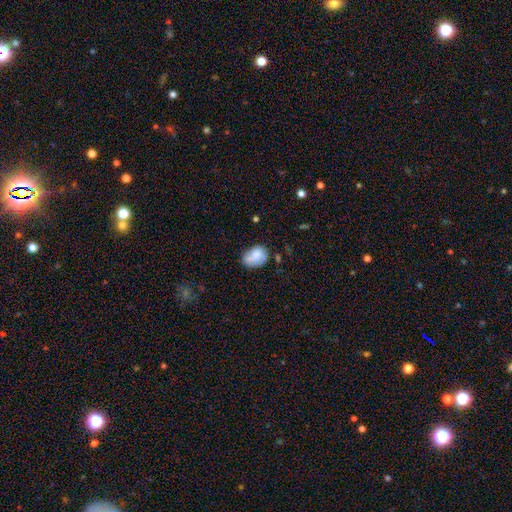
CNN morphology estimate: A smooth galaxy with no disk features (76%) that is in between round and cigar-shaped (73%).

Vote fractions:
- Smooth or featured? smooth: 76% / featured or disk: 16% / star or artifact: 8%
- How rounded? in between: 73% / round: 26% / cigar-shaped: 1%
- Merging? none: 50% / minor disturbance: 32% / major disturbance: 11% / merger: 7%